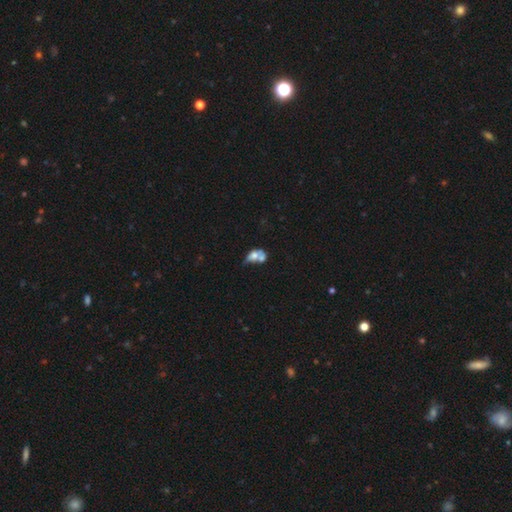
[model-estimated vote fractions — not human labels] Overall: smooth (56%; featured or disk 33%). How rounded: in between (74%). Merging: merger (61%).